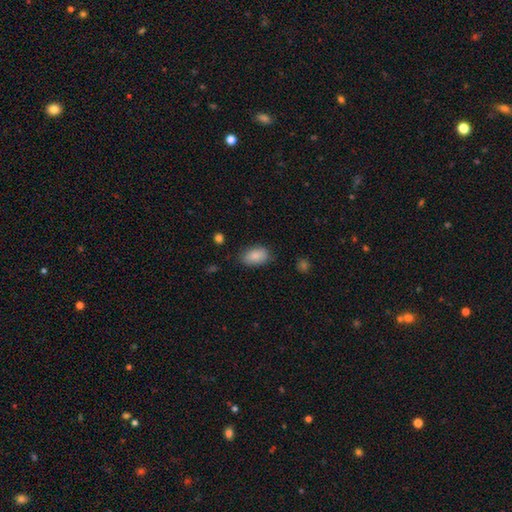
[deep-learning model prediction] Smooth or featured?
  - smooth: 86% *
  - star or artifact: 7%
  - featured or disk: 7%
How rounded?
  - in between: 92% *
  - round: 6%
  - cigar-shaped: 2%
Merging?
  - none: 78% *
  - minor disturbance: 17%
  - major disturbance: 4%
  - merger: 1%